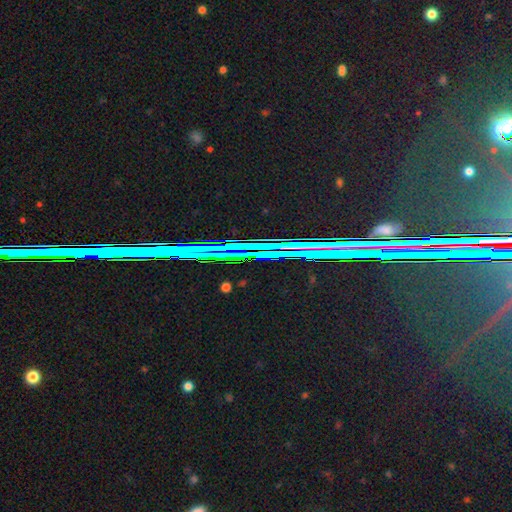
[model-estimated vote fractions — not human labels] star or artifact 83%, featured or disk 9%, smooth 7%.